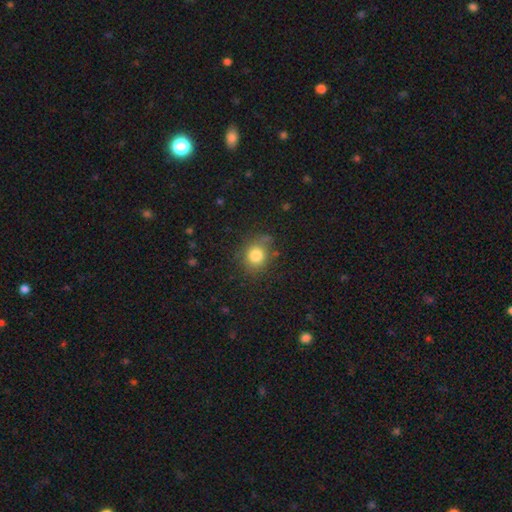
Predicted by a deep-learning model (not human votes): Smooth or featured: smooth — 81% (star or artifact — 11%)
How rounded: round — 75% (in between — 24%)
Merging: none — 75% (minor disturbance — 16%)